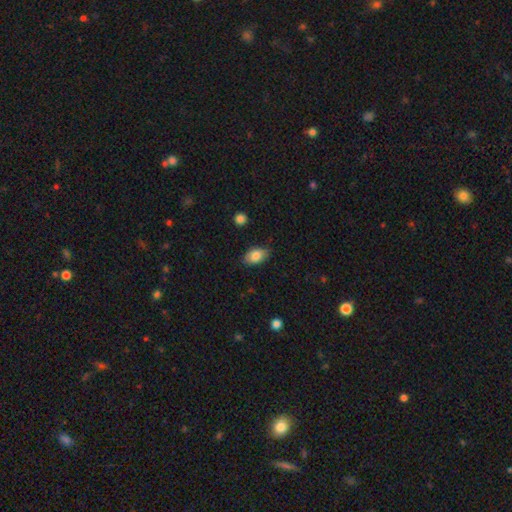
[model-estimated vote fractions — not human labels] smooth_or_featured: smooth (p=0.82) [alt: featured or disk p=0.11]
how_rounded: in between (p=0.89) [alt: round p=0.09]
merging: none (p=0.82) [alt: minor disturbance p=0.15]